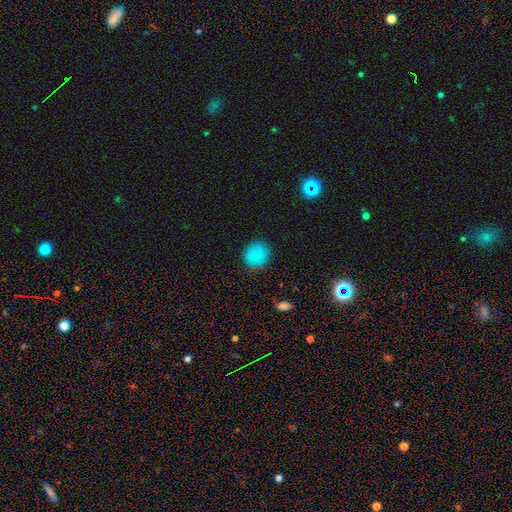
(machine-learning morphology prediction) This appears to be a smooth galaxy with no disk features (77%) that is round (87%). Merging: none (87%).